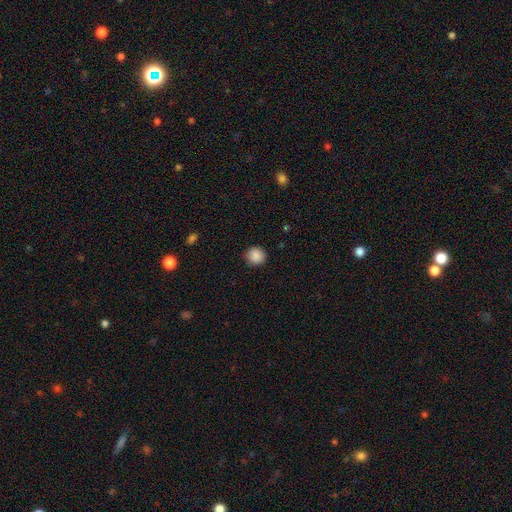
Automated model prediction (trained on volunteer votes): Q: Smooth or featured?
A: smooth (88%); runner-up: star or artifact (9%)
Q: How rounded?
A: round (91%); runner-up: in between (8%)
Q: Merging?
A: none (89%); runner-up: minor disturbance (8%)